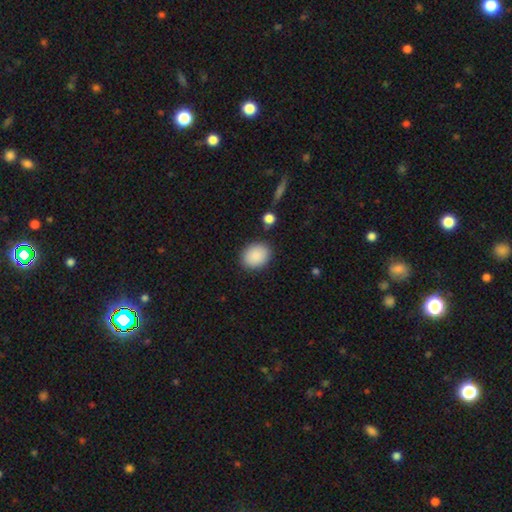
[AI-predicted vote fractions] A smooth galaxy with no disk features (89%) that is in between round and cigar-shaped (53%). Merging: none (86%).